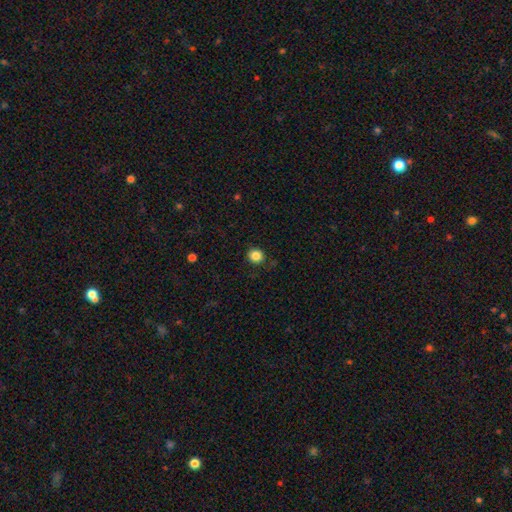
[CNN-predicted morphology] Smooth or featured? Predicted: smooth (p=0.85). How rounded? Predicted: round (p=0.88). Merging? Predicted: none (p=0.89).